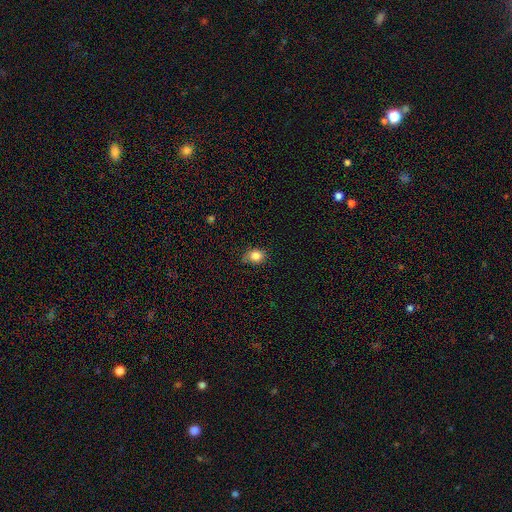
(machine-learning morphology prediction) The model was most divided on "how rounded": round: 58%, in between: 41%, cigar-shaped: 1%. More confident: smooth or featured — smooth (84%); merging — none (72%).